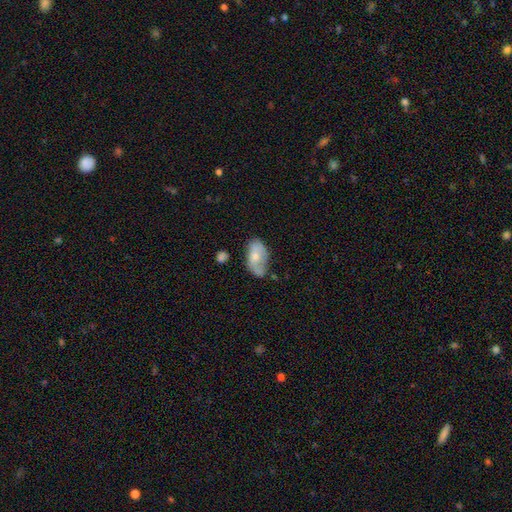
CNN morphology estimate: type=smooth (61%); roundness=in between (93%); merging=none (46%).